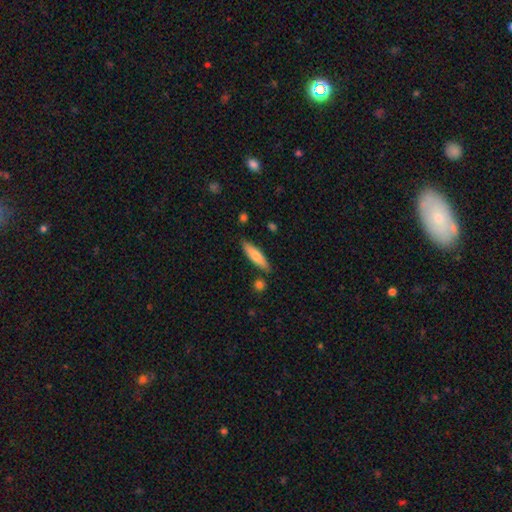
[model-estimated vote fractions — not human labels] Q: Smooth or featured?
A: smooth (75%); runner-up: featured or disk (20%)
Q: How rounded?
A: cigar-shaped (71%); runner-up: in between (28%)
Q: Merging?
A: none (84%); runner-up: minor disturbance (11%)